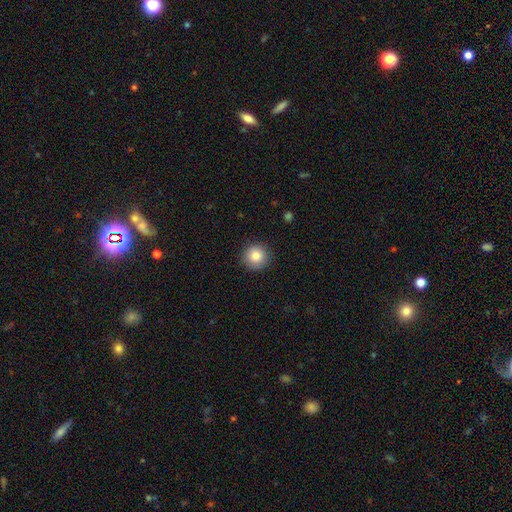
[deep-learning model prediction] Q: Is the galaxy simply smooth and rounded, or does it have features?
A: smooth — 85%.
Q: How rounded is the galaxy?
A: round — 94%.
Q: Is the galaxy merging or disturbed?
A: none — 90%.